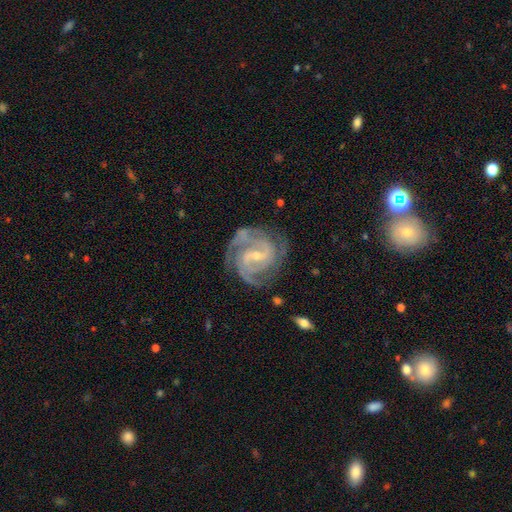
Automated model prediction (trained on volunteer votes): This appears to be a featured or disk galaxy (92%) with a weak bar (50%), 2 (43%) tight (60%) spiral arms (98%) and a small central bulge (68%). Merging: none (74%).